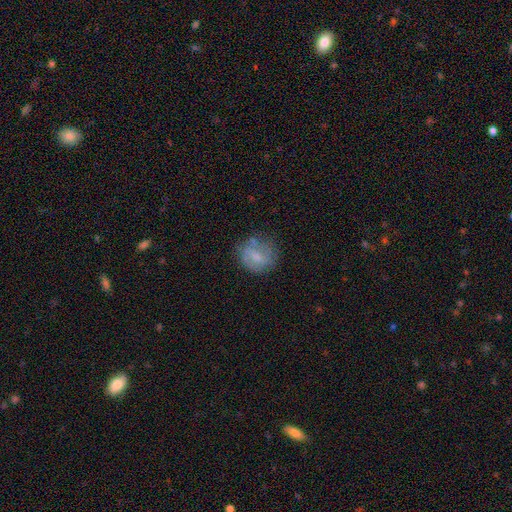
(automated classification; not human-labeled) Overall: smooth (54%; featured or disk 37%). How rounded: round (74%). Merging: none (64%).